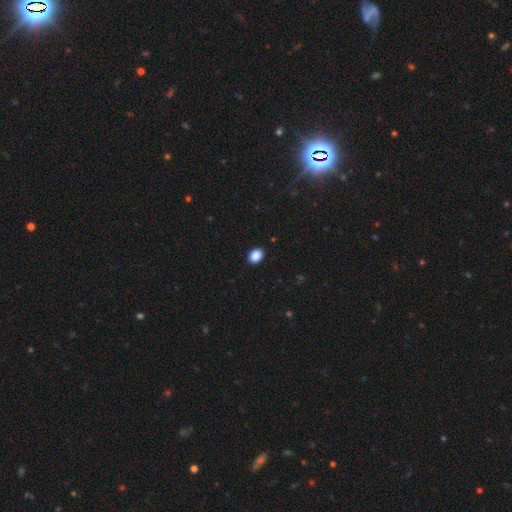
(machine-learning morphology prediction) smooth 89%, star or artifact 9%, featured or disk 3%. Down the decision tree: how rounded — in between (72%); merging — none (91%).